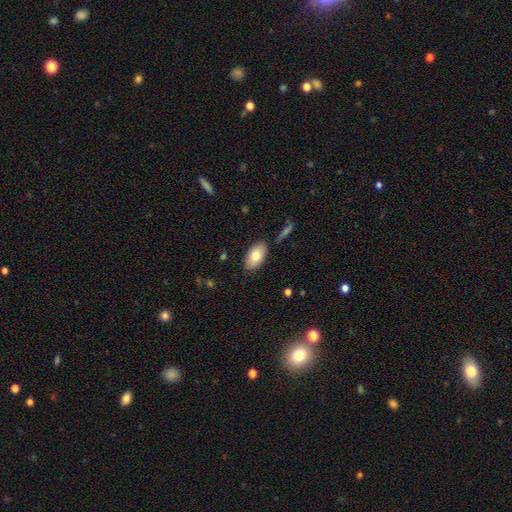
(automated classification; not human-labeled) Overall: smooth (79%). How rounded: in between (94%). Merging: none (84%).